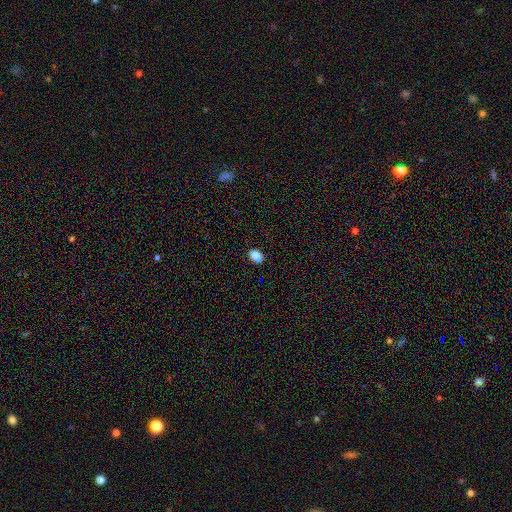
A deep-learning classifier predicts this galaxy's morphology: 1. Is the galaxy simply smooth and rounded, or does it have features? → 86% smooth, 11% star or artifact, 3% featured or disk.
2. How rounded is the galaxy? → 72% in between, 27% round, 1% cigar-shaped.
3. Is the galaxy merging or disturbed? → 88% none, 9% minor disturbance, 2% major disturbance, 1% merger.